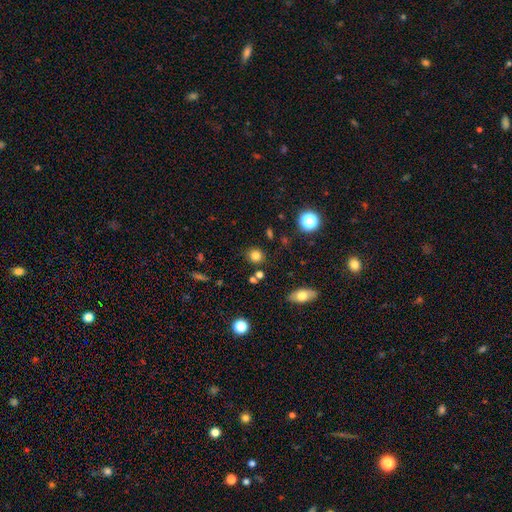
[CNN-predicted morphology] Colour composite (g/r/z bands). It shows a smooth galaxy with no disk features (80%) that is round (82%). Merging: none (84%).